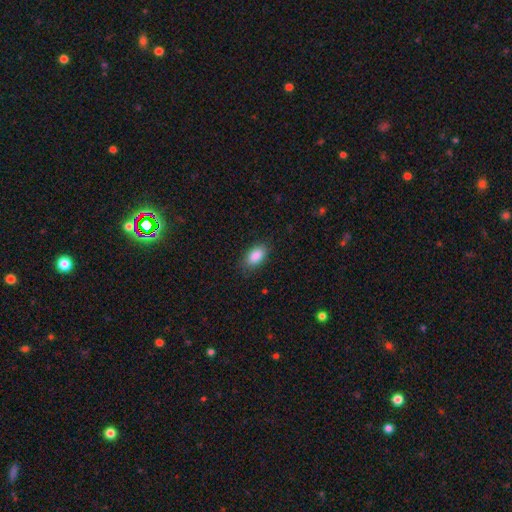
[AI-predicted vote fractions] smooth_or_featured: smooth (p=0.89) [alt: star or artifact p=0.07]
how_rounded: in between (p=0.92) [alt: round p=0.05]
merging: none (p=0.84) [alt: minor disturbance p=0.12]